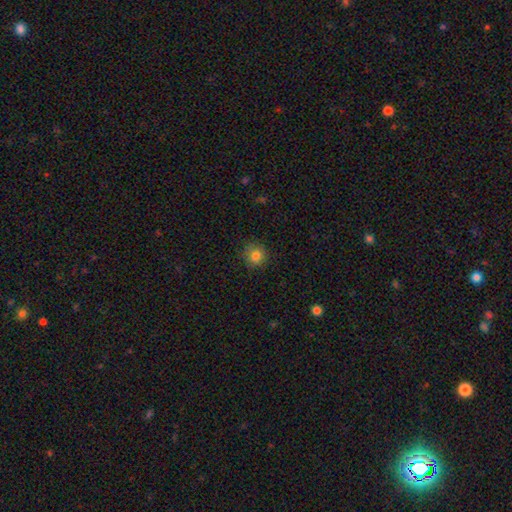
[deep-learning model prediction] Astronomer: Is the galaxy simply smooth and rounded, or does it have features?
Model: smooth — 83%.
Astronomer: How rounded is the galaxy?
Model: round — 90%.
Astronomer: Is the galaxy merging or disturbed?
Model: none — 87%.